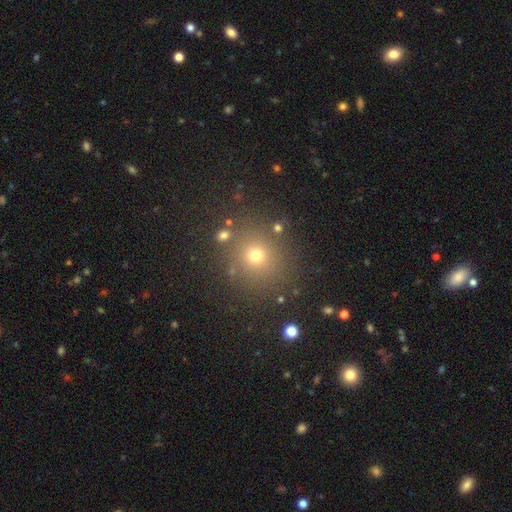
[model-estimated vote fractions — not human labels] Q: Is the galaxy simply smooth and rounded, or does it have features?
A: smooth — 70%.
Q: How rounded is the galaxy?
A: round — 88%.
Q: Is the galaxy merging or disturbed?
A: none — 82%.